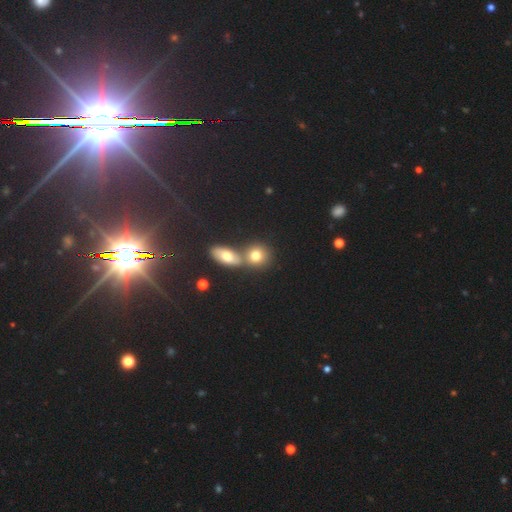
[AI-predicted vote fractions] Smooth or featured?
  - smooth: 74% *
  - featured or disk: 13%
  - star or artifact: 13%
How rounded?
  - round: 70% *
  - in between: 28%
  - cigar-shaped: 2%
Merging?
  - none: 46% *
  - merger: 44%
  - minor disturbance: 7%
  - major disturbance: 3%